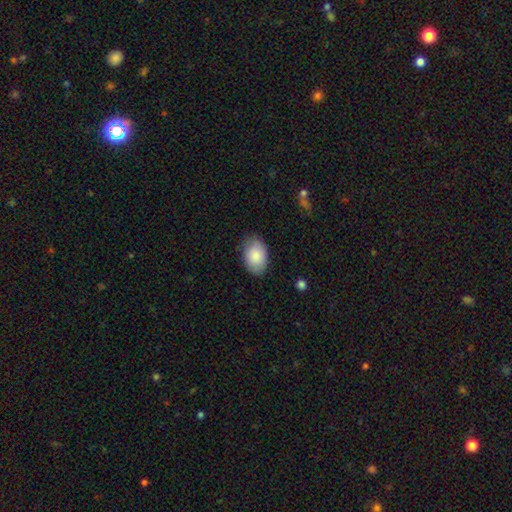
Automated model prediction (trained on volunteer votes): A smooth galaxy with no disk features (85%) that is in between round and cigar-shaped (87%). Merging: none (80%).